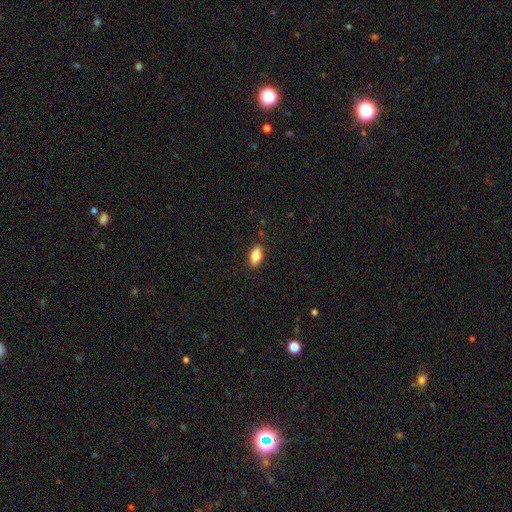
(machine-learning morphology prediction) A smooth galaxy with no disk features (83%) that is in between round and cigar-shaped (89%).

Vote fractions:
- Smooth or featured? smooth: 83% / featured or disk: 10% / star or artifact: 8%
- How rounded? in between: 89% / cigar-shaped: 7% / round: 4%
- Merging? none: 86% / minor disturbance: 11% / major disturbance: 2% / merger: 1%